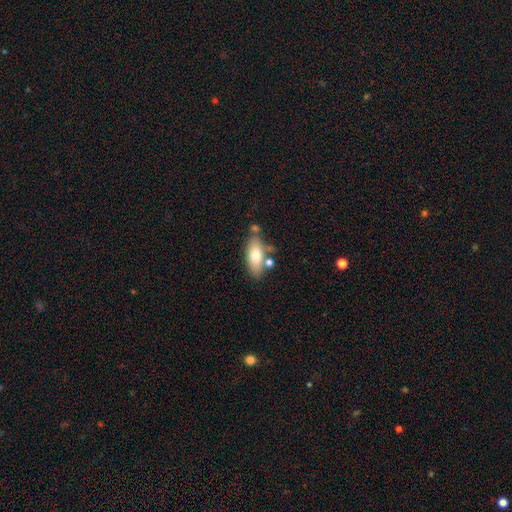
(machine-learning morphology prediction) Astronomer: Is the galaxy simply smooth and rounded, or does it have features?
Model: smooth — 71%.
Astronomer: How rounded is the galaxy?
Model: in between — 79%.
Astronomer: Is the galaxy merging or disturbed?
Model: none — 65%.